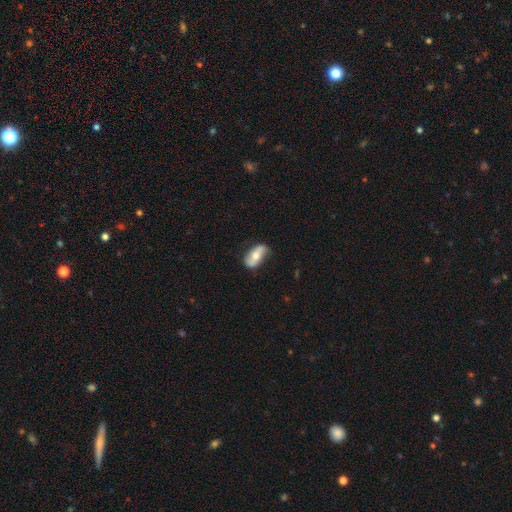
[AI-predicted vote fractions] This appears to be a featured or disk galaxy (53%). Merging: none (69%).